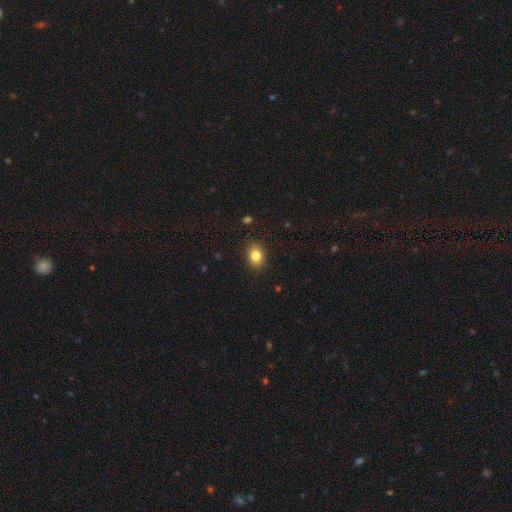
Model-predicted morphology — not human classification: Smooth or featured: smooth — 83% (star or artifact — 10%)
How rounded: in between — 62% (round — 37%)
Merging: none — 89% (minor disturbance — 8%)